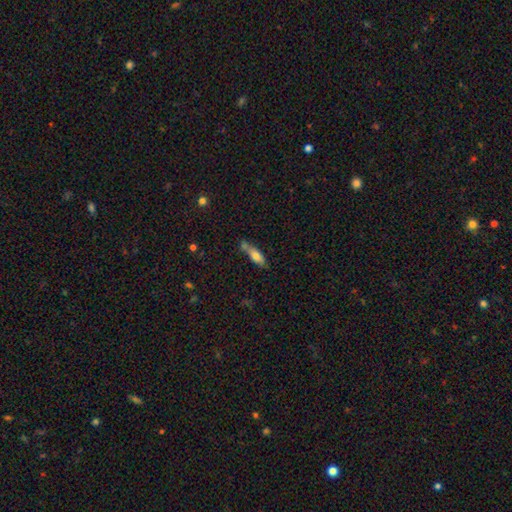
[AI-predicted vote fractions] smooth_or_featured: smooth (p=0.71) [alt: featured or disk p=0.20]
how_rounded: in between (p=0.55) [alt: cigar-shaped p=0.42]
merging: none (p=0.44) [alt: merger p=0.33]